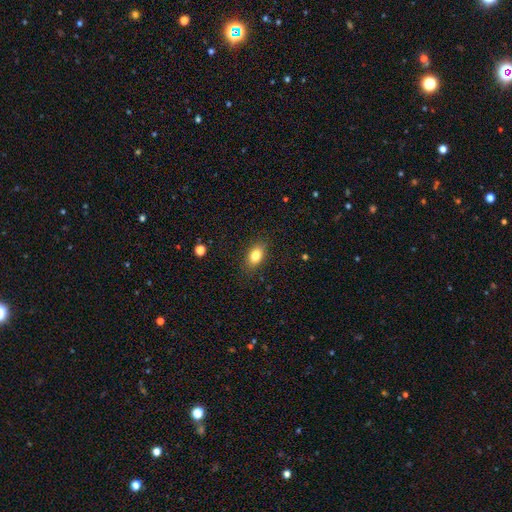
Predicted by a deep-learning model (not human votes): Morphology: type=smooth (82%); roundness=in between (85%); merging=none (86%).